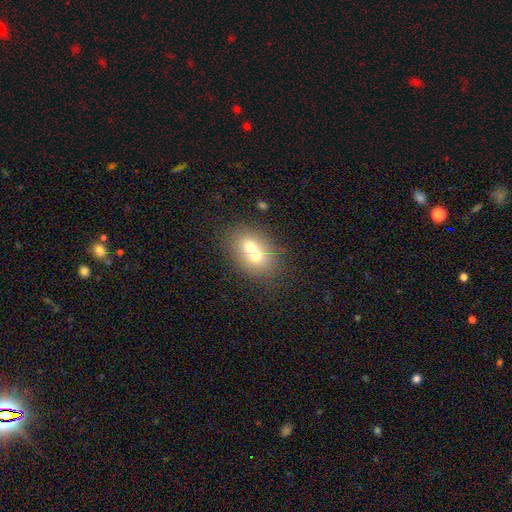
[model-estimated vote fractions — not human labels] Overall: smooth (62%; featured or disk 27%). How rounded: in between (52%; round 47%). Merging: merger (64%; none 26%).